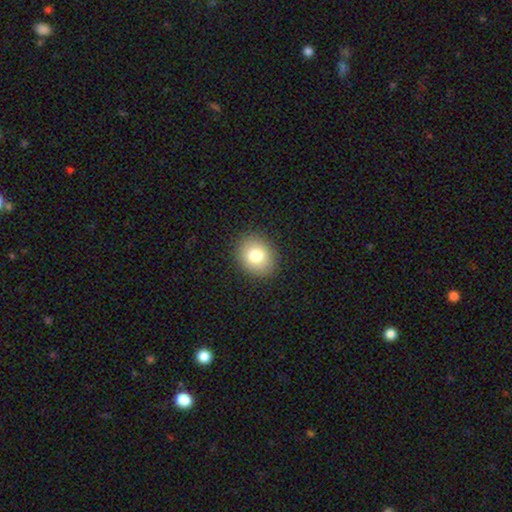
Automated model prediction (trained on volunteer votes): Q: Smooth or featured?
A: smooth (80%); runner-up: featured or disk (11%)
Q: How rounded?
A: round (58%); runner-up: in between (41%)
Q: Merging?
A: none (90%); runner-up: minor disturbance (7%)